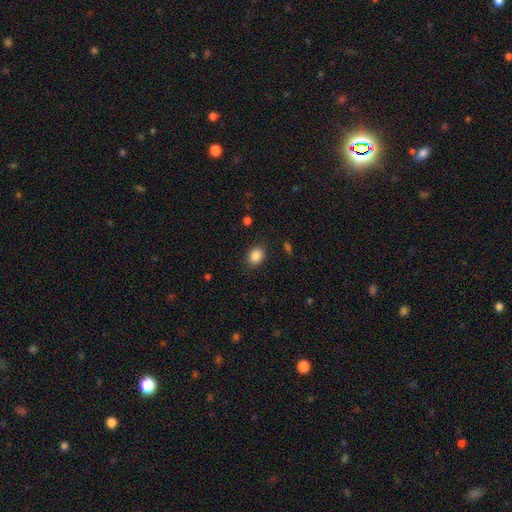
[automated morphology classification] The model was most divided on "how rounded": in between: 60%, round: 39%, cigar-shaped: 1%. More confident: smooth or featured — smooth (86%); merging — none (86%).